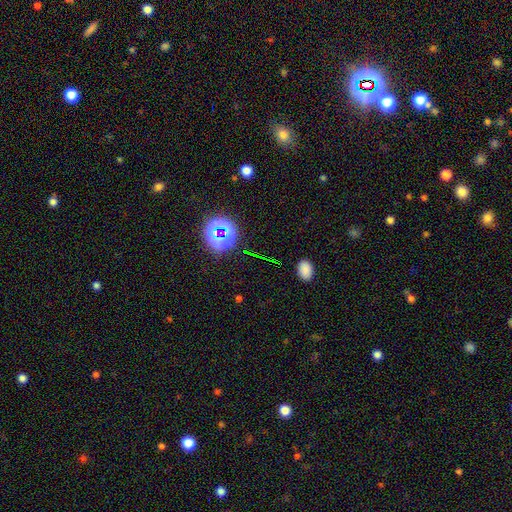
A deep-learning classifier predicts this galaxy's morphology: Q: Smooth or featured?
A: star or artifact (63%); runner-up: smooth (26%)